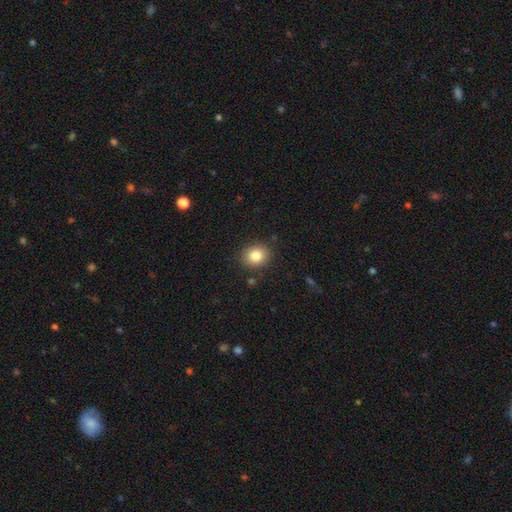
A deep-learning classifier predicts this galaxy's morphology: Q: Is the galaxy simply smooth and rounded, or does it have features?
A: smooth — 83%.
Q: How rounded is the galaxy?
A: round — 69%.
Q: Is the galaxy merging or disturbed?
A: none — 87%.